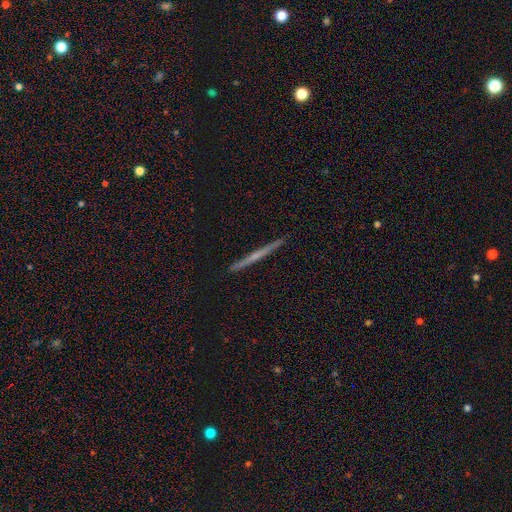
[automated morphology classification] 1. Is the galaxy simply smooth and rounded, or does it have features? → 66% featured or disk, 28% smooth, 6% star or artifact.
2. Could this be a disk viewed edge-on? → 98% yes, 2% no.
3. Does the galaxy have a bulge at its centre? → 59% none, 35% rounded, 6% boxy.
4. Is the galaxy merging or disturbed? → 93% none, 5% minor disturbance, 1% major disturbance, 1% merger.